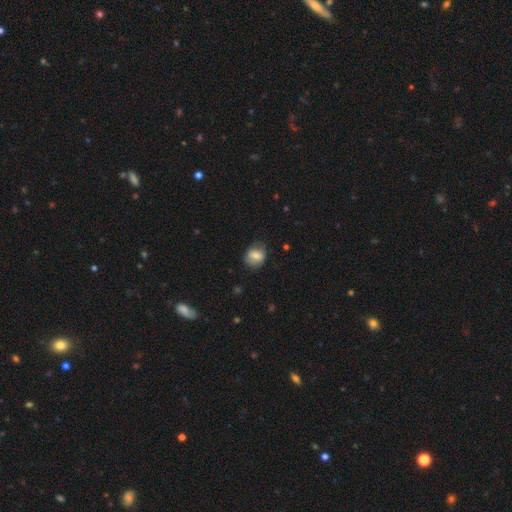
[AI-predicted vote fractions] Morphology: type=smooth (71%); roundness=round (55%); merging=none (68%).